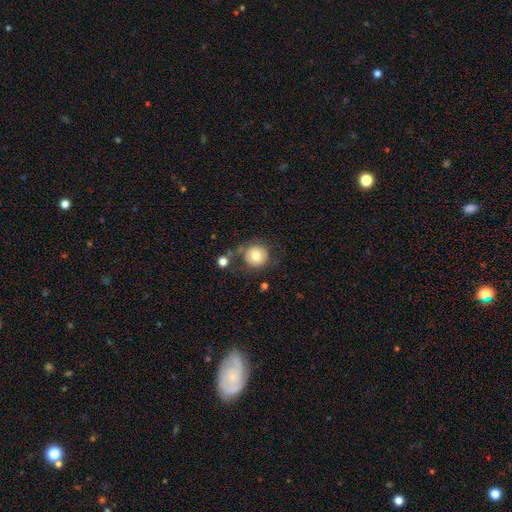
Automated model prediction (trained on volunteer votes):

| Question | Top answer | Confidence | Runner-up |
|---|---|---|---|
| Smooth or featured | smooth | 74% | featured or disk (17%) |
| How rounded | round | 91% | in between (8%) |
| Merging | none | 64% | minor disturbance (17%) |